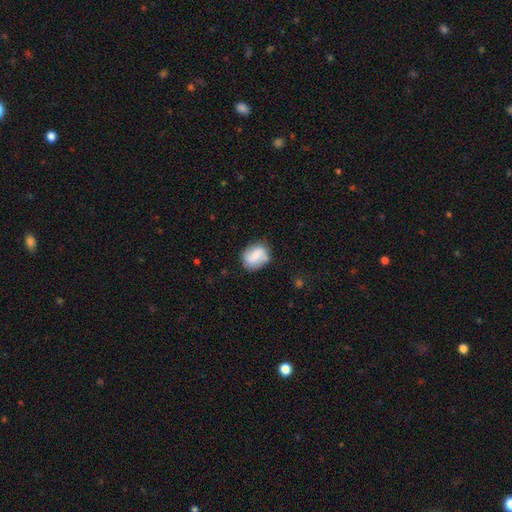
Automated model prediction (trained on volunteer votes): The model was most divided on "how rounded": in between: 52%, round: 47%, cigar-shaped: 1%. More confident: merging — none (64%); smooth or featured — smooth (62%).